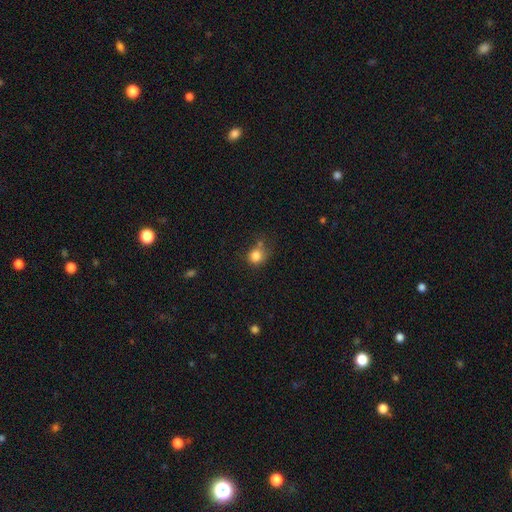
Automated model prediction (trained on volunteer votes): A smooth galaxy with no disk features (82%) that is round (77%).

Vote fractions:
- Smooth or featured? smooth: 82% / star or artifact: 11% / featured or disk: 6%
- How rounded? round: 77% / in between: 22% / cigar-shaped: 1%
- Merging? none: 57% / minor disturbance: 21% / merger: 14% / major disturbance: 8%